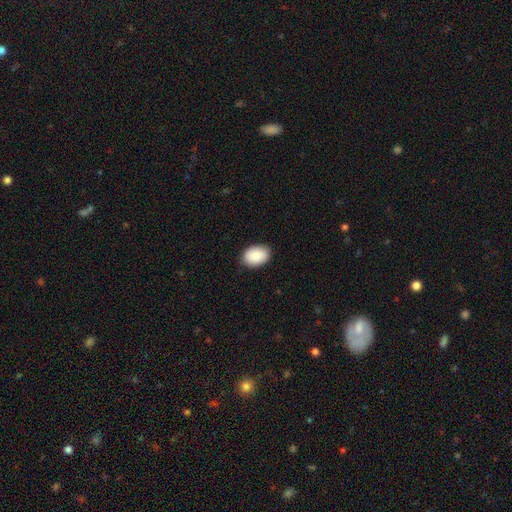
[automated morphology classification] Smooth or featured? smooth (87%)
How rounded? in between (82%)
Merging? none (86%)